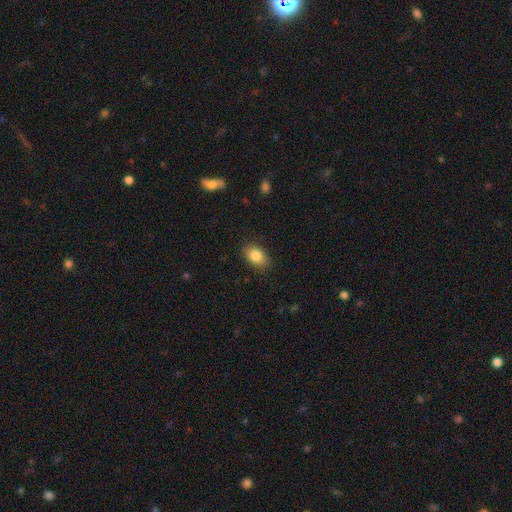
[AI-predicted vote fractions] A smooth galaxy with no disk features (86%) that is in between round and cigar-shaped (83%).

Vote fractions:
- Smooth or featured? smooth: 86% / star or artifact: 8% / featured or disk: 6%
- How rounded? in between: 83% / round: 16% / cigar-shaped: 1%
- Merging? none: 86% / minor disturbance: 11% / major disturbance: 3% / merger: 1%